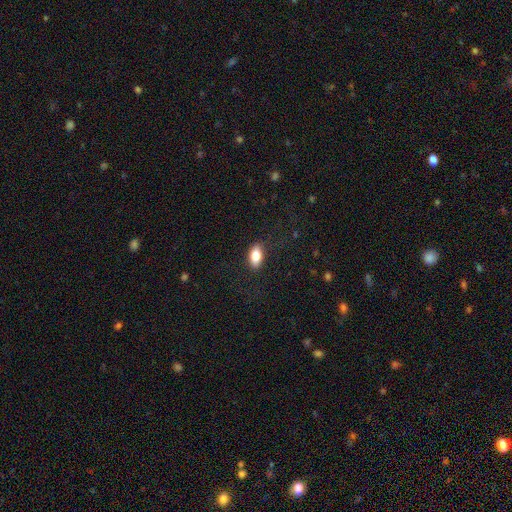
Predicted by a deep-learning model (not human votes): Smooth or featured?
  - smooth: 82% *
  - featured or disk: 10%
  - star or artifact: 8%
How rounded?
  - in between: 89% *
  - round: 6%
  - cigar-shaped: 5%
Merging?
  - none: 84% *
  - minor disturbance: 11%
  - major disturbance: 3%
  - merger: 1%